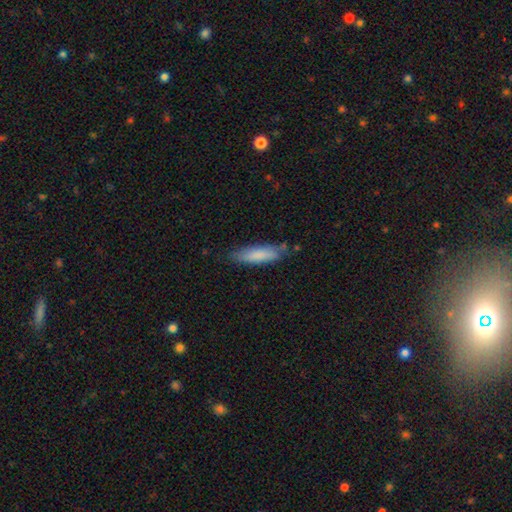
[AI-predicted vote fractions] Smooth or featured?
  - smooth: 78% *
  - featured or disk: 15%
  - star or artifact: 7%
How rounded?
  - cigar-shaped: 70% *
  - in between: 29%
  - round: 1%
Merging?
  - none: 79% *
  - minor disturbance: 16%
  - major disturbance: 3%
  - merger: 2%